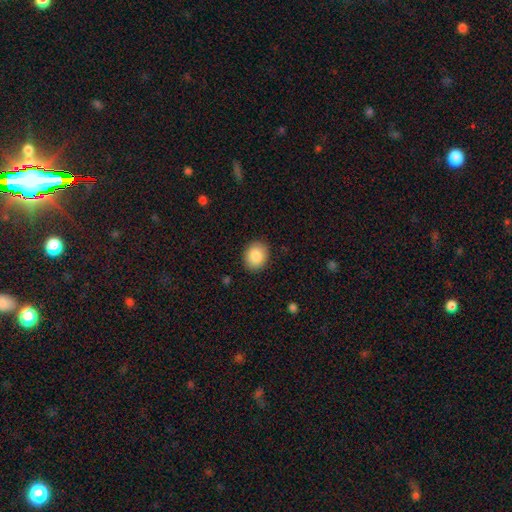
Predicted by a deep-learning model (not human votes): This is clearly a smooth galaxy (87%). How rounded: possibly round (58%). Merging: clearly none (89%).